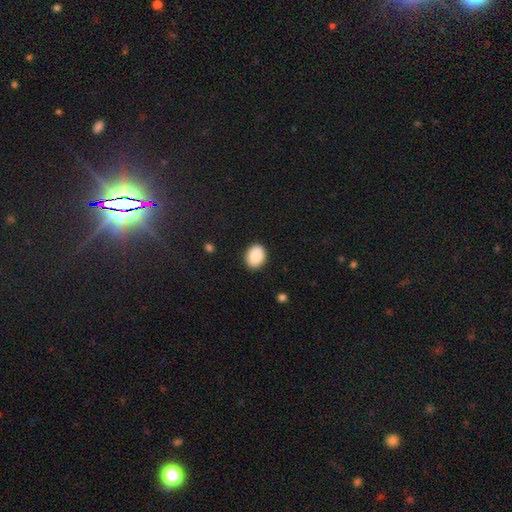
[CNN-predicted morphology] A smooth galaxy with no disk features (90%) that is in between round and cigar-shaped (65%). Merging: none (88%).